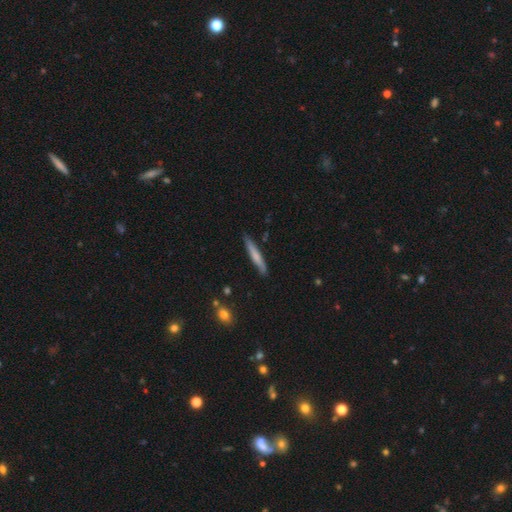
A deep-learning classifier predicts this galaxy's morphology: smooth-or-featured: smooth: 64% | featured or disk: 31% | star or artifact: 5%
  how-rounded: cigar-shaped: 95% | in between: 4% | round: 1%
  merging: none: 85% | minor disturbance: 12% | major disturbance: 2% | merger: 2%